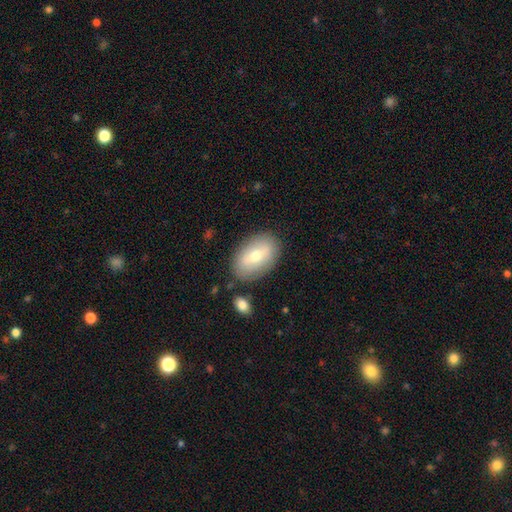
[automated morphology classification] type=smooth (63%); roundness=in between (89%); merging=none (82%).